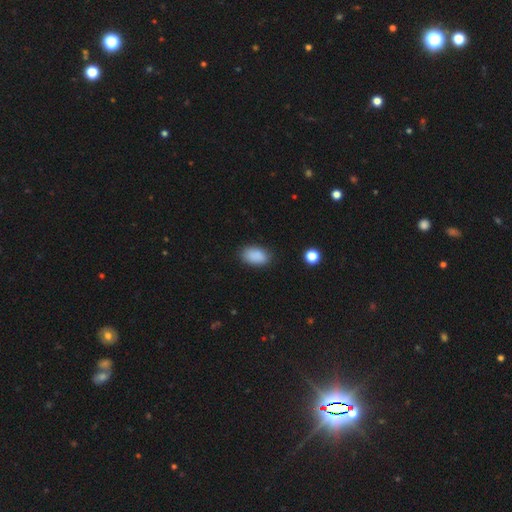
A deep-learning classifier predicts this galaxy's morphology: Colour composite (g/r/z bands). It shows a smooth galaxy with no disk features (88%) that is in between round and cigar-shaped (91%). Merging: none (83%).